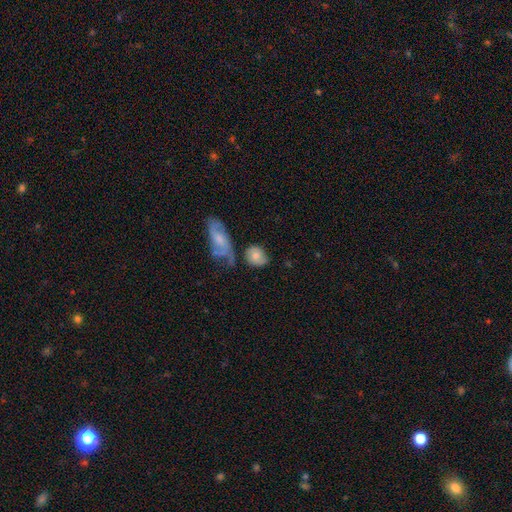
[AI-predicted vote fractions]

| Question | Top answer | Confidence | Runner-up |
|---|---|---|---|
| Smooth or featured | smooth | 70% | featured or disk (23%) |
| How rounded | round | 49% | in between (48%) |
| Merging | none | 48% | minor disturbance (24%) |